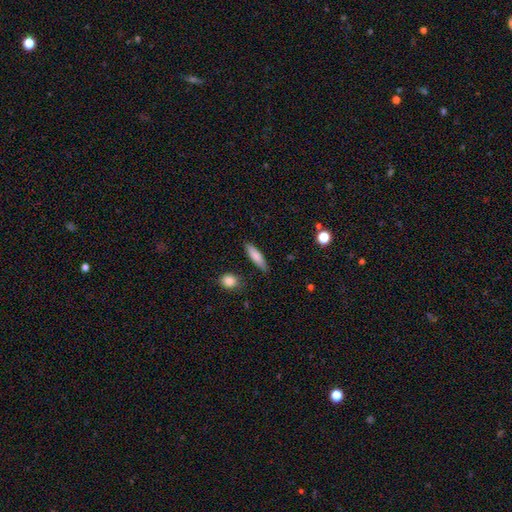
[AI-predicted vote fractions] Overall: smooth (81%). How rounded: cigar-shaped (65%; in between 33%). Merging: none (85%).